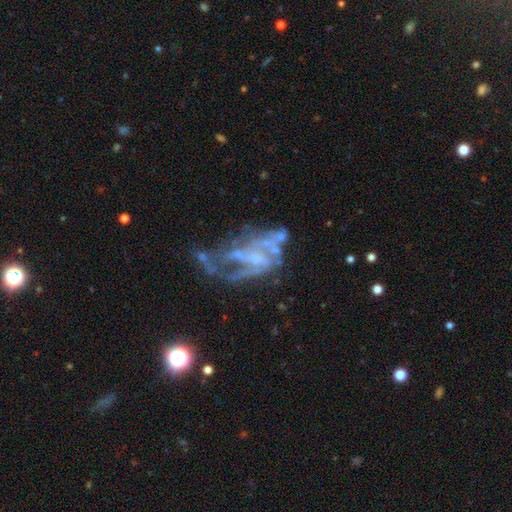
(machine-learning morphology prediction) Smooth or featured? featured or disk (78%)
Edge-on disk? no (96%)
Bar? no (55%)
Spiral arms? yes (63%)
Bulge size? none (51%)
Merging? major disturbance (40%)